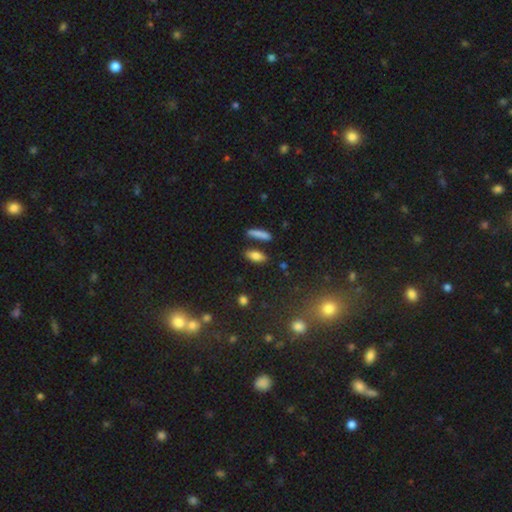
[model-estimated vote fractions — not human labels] Smooth or featured: smooth — 79% (featured or disk — 12%)
How rounded: in between — 66% (cigar-shaped — 30%)
Merging: none — 79% (minor disturbance — 11%)